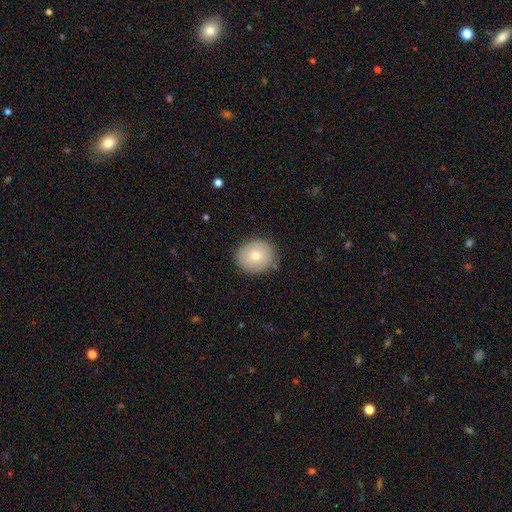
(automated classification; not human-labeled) Q: Smooth or featured?
A: smooth (77%); runner-up: featured or disk (15%)
Q: How rounded?
A: round (73%); runner-up: in between (27%)
Q: Merging?
A: none (85%); runner-up: minor disturbance (11%)